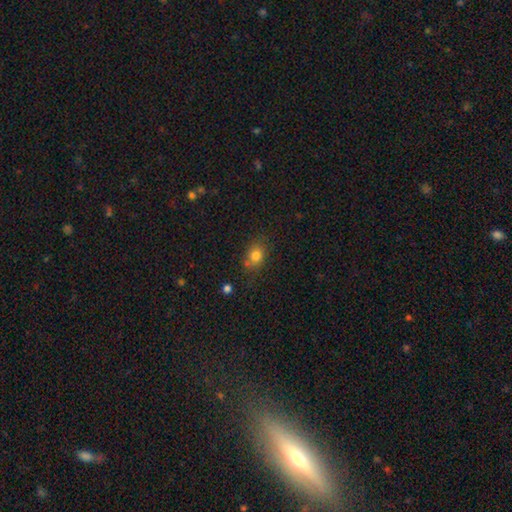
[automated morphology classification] type=smooth (80%); roundness=round (50%); merging=none (69%).